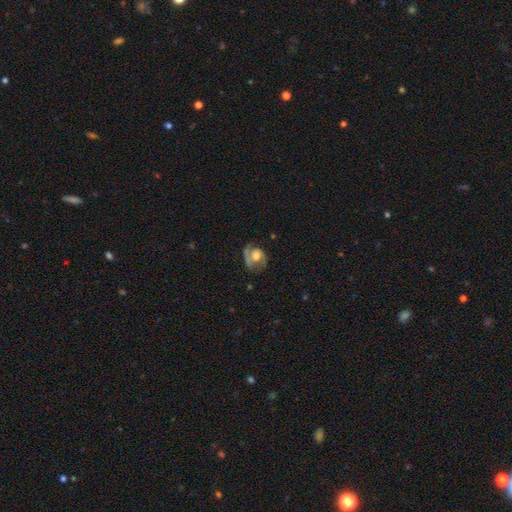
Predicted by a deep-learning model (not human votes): Overall: featured or disk (64%; smooth 28%). Edge-on disk: no (97%). Bar: no (67%). Spiral arms: yes (80%). Bulge size: moderate (41%; large 34%). Merging: none (52%; minor disturbance 23%).